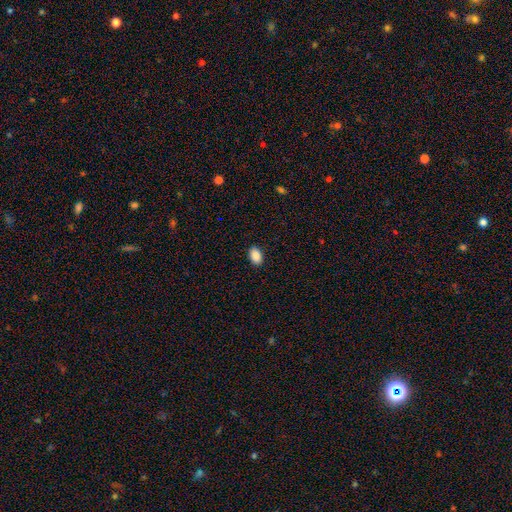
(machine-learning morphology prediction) A smooth galaxy with no disk features (89%) that is in between round and cigar-shaped (91%).

Vote fractions:
- Smooth or featured? smooth: 89% / star or artifact: 8% / featured or disk: 3%
- How rounded? in between: 91% / round: 8% / cigar-shaped: 2%
- Merging? none: 90% / minor disturbance: 7% / major disturbance: 2% / merger: 1%